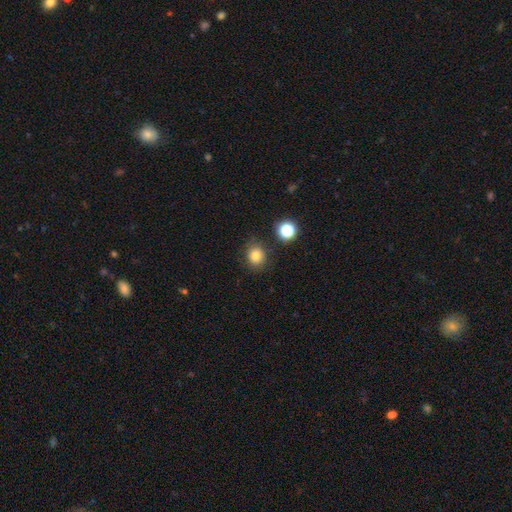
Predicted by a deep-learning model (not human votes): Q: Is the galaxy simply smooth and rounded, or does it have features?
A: smooth — 78%.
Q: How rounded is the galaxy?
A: round — 78%.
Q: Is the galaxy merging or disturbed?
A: none — 80%.